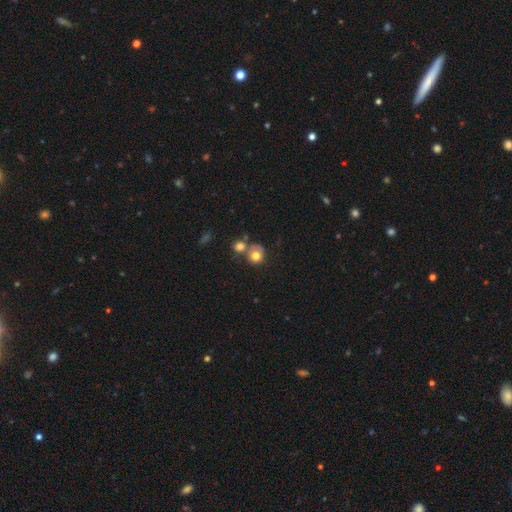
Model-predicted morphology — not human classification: Smooth or featured? smooth (72%)
How rounded? round (79%)
Merging? merger (39%)